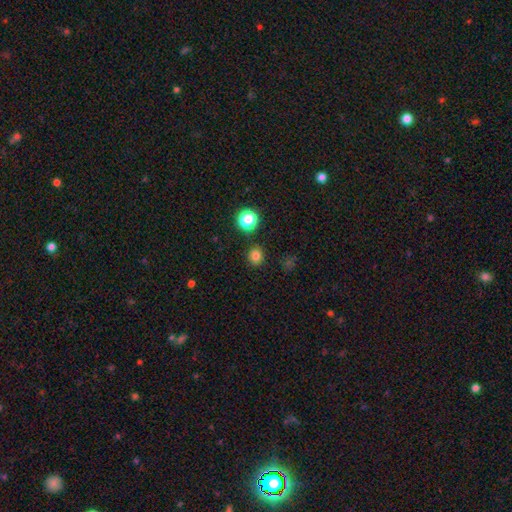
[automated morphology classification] smooth_or_featured: smooth (p=0.80) [alt: star or artifact p=0.16]
how_rounded: round (p=0.88) [alt: in between p=0.11]
merging: none (p=0.89) [alt: minor disturbance p=0.06]